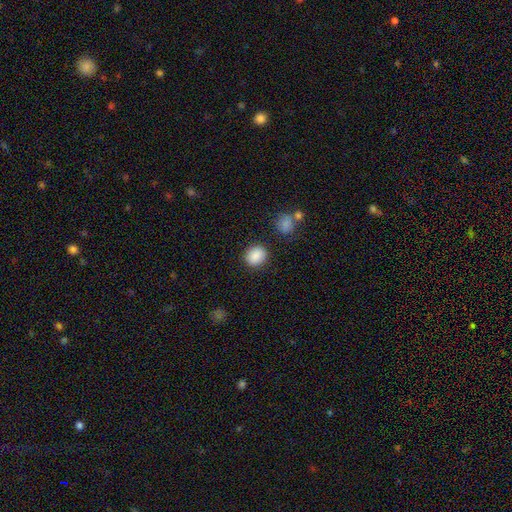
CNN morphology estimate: Q: Smooth or featured?
A: smooth (88%); runner-up: star or artifact (8%)
Q: How rounded?
A: round (68%); runner-up: in between (31%)
Q: Merging?
A: none (86%); runner-up: minor disturbance (9%)